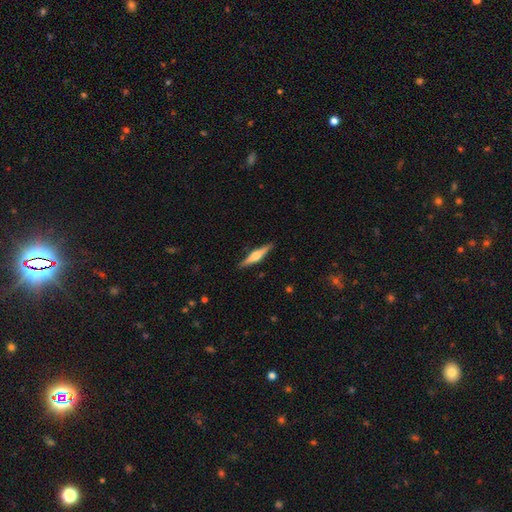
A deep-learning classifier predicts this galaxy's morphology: smooth_or_featured: featured or disk (p=0.69) [alt: smooth p=0.26]
disk_edge_on: yes (p=0.98) [alt: no p=0.02]
edge_on_bulge: rounded (p=0.88) [alt: boxy p=0.09]
merging: none (p=0.90) [alt: minor disturbance p=0.07]